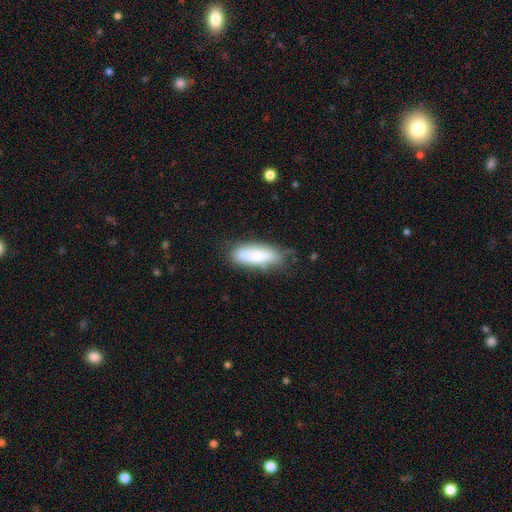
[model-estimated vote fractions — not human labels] Smooth or featured? smooth (70%)
How rounded? in between (64%)
Merging? none (60%)